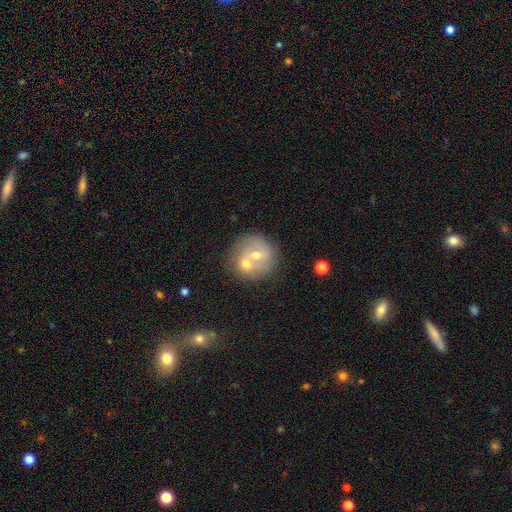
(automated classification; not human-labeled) Smooth or featured? Predicted: smooth (p=0.48). Merging? Predicted: none (p=0.45).